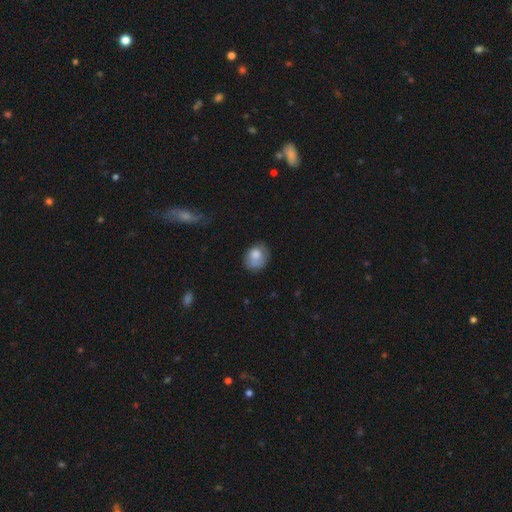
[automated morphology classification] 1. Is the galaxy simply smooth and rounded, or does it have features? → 72% smooth, 20% featured or disk, 8% star or artifact.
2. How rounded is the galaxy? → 55% round, 44% in between, 1% cigar-shaped.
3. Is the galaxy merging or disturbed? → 56% none, 29% minor disturbance, 12% major disturbance, 4% merger.